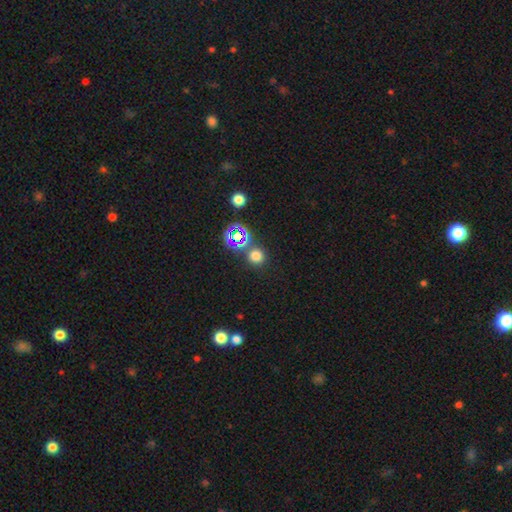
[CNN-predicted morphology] A smooth galaxy with no disk features (68%) that is round (90%).

Vote fractions:
- Smooth or featured? smooth: 68% / star or artifact: 26% / featured or disk: 6%
- How rounded? round: 90% / in between: 9% / cigar-shaped: 1%
- Merging? none: 78% / merger: 11% / minor disturbance: 8% / major disturbance: 3%